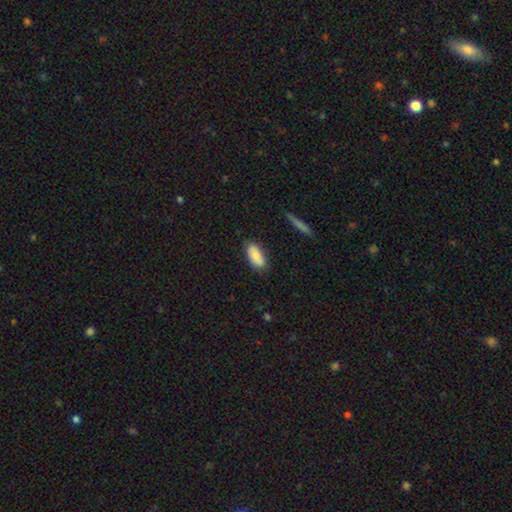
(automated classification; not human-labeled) A smooth galaxy with no disk features (79%) that is in between round and cigar-shaped (89%). Merging: none (77%).